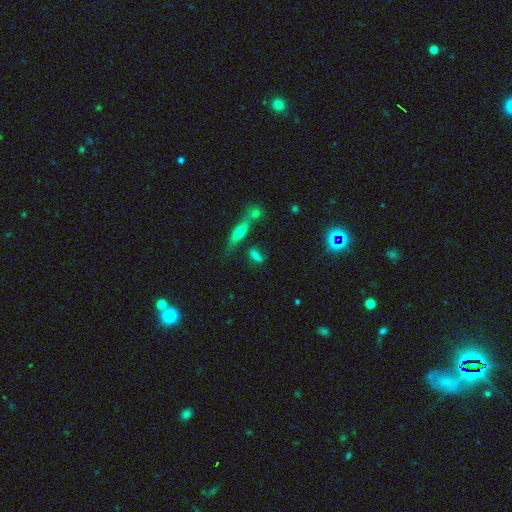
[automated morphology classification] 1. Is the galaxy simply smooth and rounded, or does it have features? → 64% smooth, 20% featured or disk, 16% star or artifact.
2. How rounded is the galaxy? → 68% in between, 22% cigar-shaped, 10% round.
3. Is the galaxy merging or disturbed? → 60% none, 18% merger, 15% minor disturbance, 6% major disturbance.